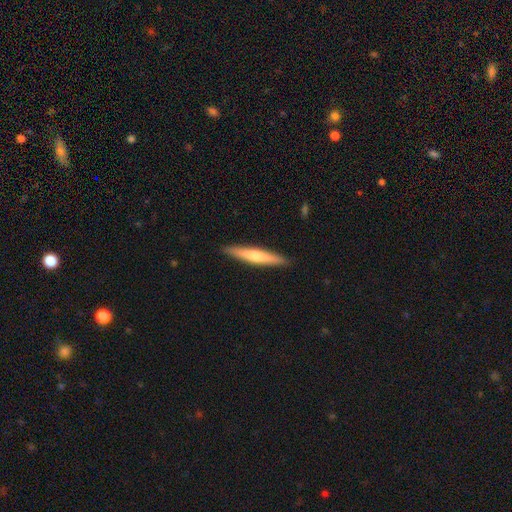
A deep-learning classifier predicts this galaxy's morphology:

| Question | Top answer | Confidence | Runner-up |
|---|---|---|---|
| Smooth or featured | smooth | 49% | featured or disk (46%) |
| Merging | none | 91% | minor disturbance (6%) |